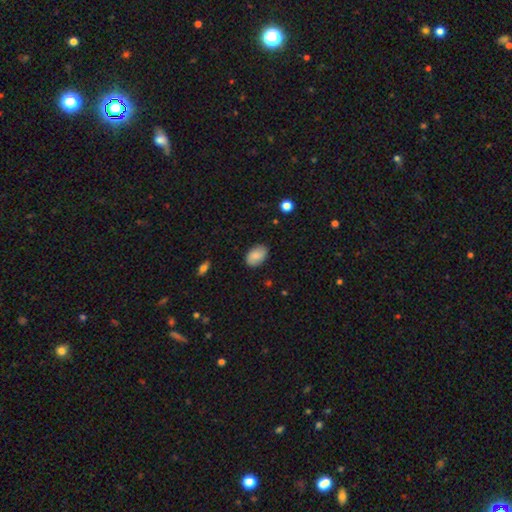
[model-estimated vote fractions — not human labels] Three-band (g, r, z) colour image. It shows a smooth galaxy with no disk features (83%) that is in between round and cigar-shaped (89%). Merging: none (83%).